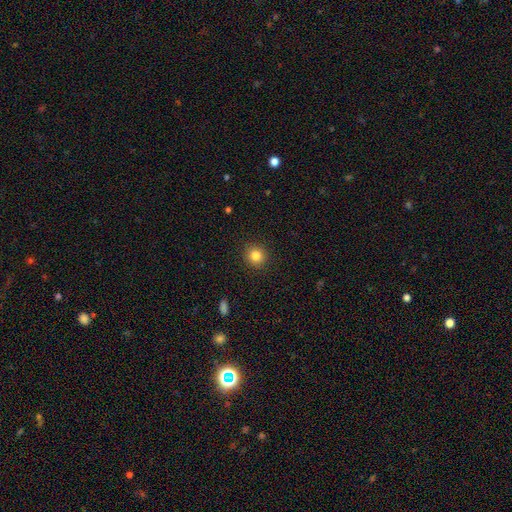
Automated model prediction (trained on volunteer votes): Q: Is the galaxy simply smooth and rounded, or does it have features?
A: smooth — 83%.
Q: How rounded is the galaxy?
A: round — 91%.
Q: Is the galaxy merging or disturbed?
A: none — 91%.